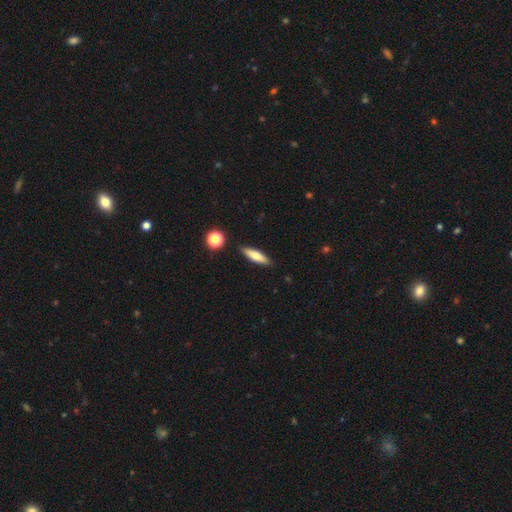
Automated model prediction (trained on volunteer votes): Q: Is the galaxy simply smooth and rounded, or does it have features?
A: smooth — 66%.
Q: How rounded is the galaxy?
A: cigar-shaped — 62%.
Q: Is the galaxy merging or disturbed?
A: none — 87%.